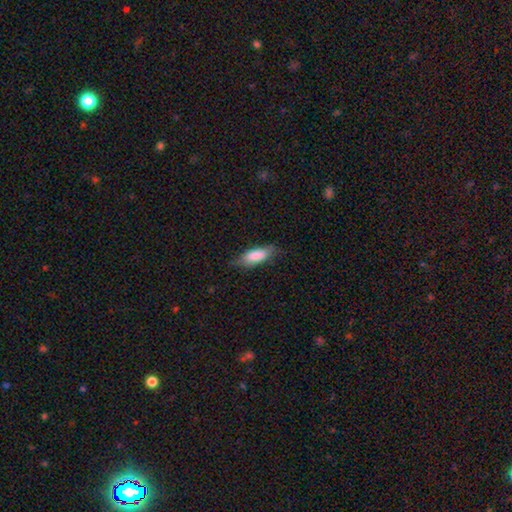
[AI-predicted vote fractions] Smooth or featured: smooth — 81% (featured or disk — 13%)
How rounded: in between — 71% (cigar-shaped — 27%)
Merging: none — 74% (minor disturbance — 21%)